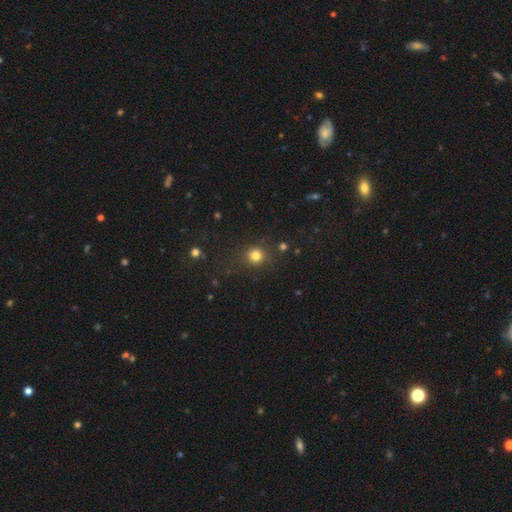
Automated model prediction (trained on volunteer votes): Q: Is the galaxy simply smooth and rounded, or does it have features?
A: smooth — 80%.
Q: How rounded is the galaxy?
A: round — 91%.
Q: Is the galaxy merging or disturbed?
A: none — 84%.